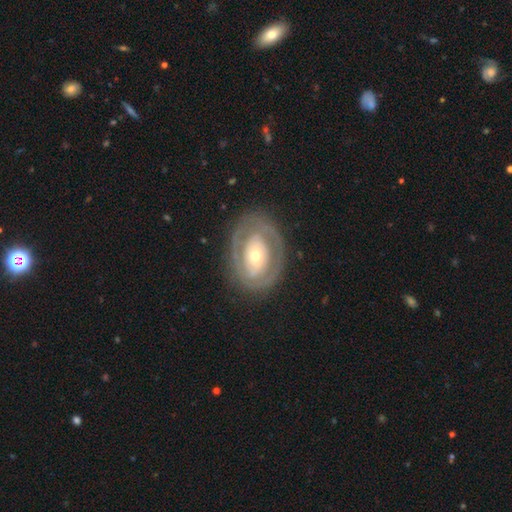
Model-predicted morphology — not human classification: featured or disk 76%, smooth 18%, star or artifact 6%. Down the decision tree: edge-on disk — no (95%); bar — no (59%); spiral arms — yes (62%); bulge size — small (50%); merging — none (78%).